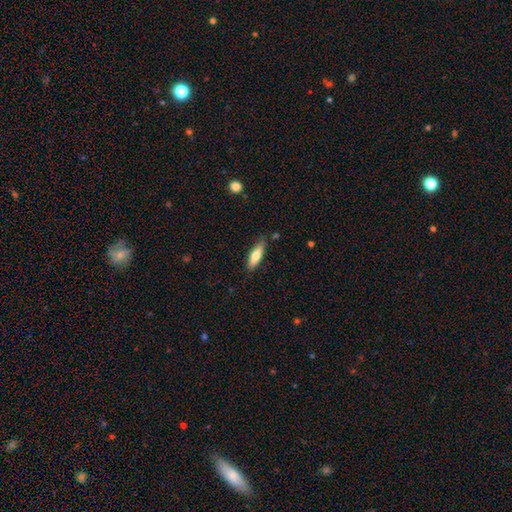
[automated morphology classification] Q: Smooth or featured?
A: smooth (72%); runner-up: featured or disk (22%)
Q: How rounded?
A: in between (51%); runner-up: cigar-shaped (47%)
Q: Merging?
A: none (78%); runner-up: minor disturbance (17%)